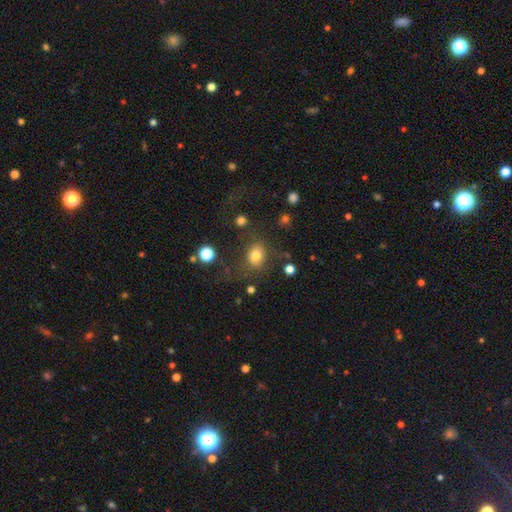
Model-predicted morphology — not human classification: The model was most divided on "how rounded": round: 51%, in between: 48%, cigar-shaped: 1%. More confident: smooth or featured — smooth (77%); merging — none (65%).